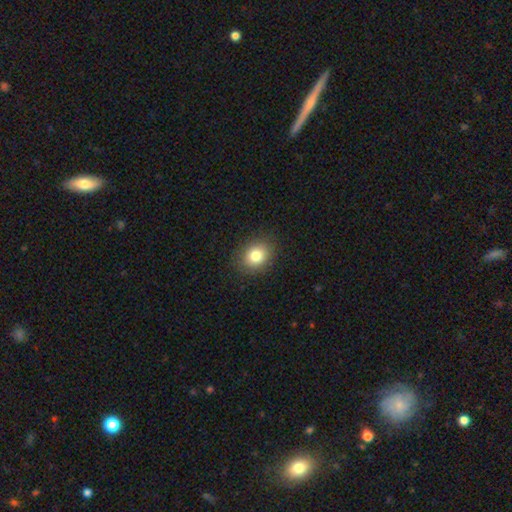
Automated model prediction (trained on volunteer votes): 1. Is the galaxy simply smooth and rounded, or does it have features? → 82% smooth, 11% star or artifact, 8% featured or disk.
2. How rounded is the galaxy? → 57% round, 42% in between, 1% cigar-shaped.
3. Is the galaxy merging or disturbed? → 88% none, 8% minor disturbance, 3% major disturbance, 1% merger.